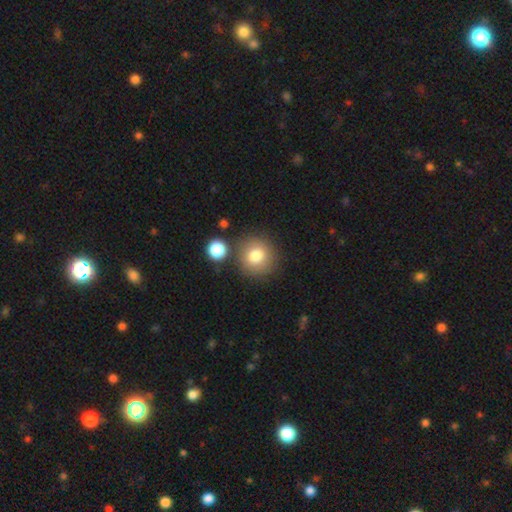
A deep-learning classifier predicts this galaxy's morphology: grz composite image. It shows a smooth galaxy with no disk features (79%) that is round (91%). Merging: none (77%).